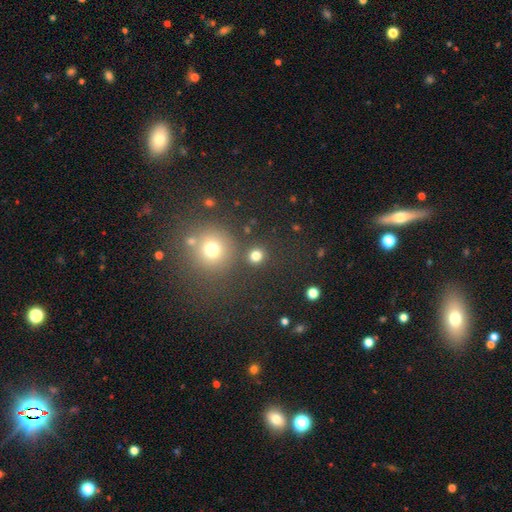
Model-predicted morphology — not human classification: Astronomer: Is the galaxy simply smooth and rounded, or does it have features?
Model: smooth — 78%.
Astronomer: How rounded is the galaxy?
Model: round — 88%.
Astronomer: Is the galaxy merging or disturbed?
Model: none — 84%.